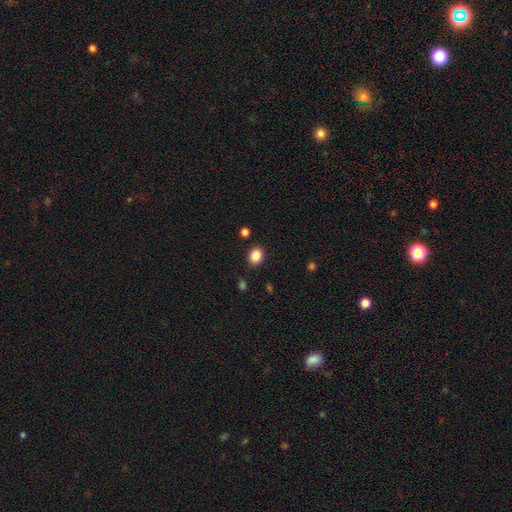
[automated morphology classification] Smooth or featured? Predicted: smooth (p=0.87). How rounded? Predicted: in between (p=0.51). Merging? Predicted: none (p=0.85).